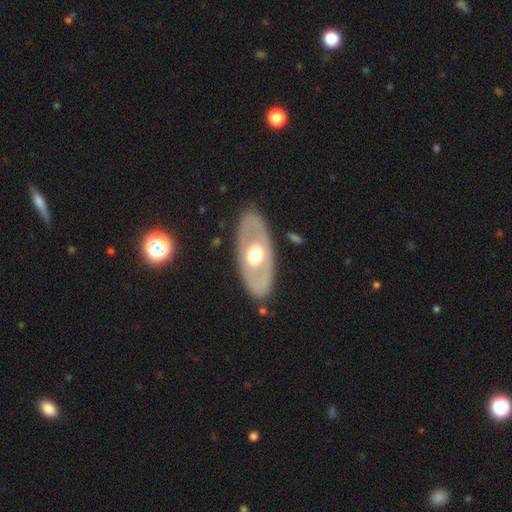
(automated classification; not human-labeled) smooth-or-featured: featured or disk: 59% | smooth: 36% | star or artifact: 5%
  disk-edge-on: no: 83% | yes: 17%
  merging: none: 85% | minor disturbance: 10% | major disturbance: 3% | merger: 1%